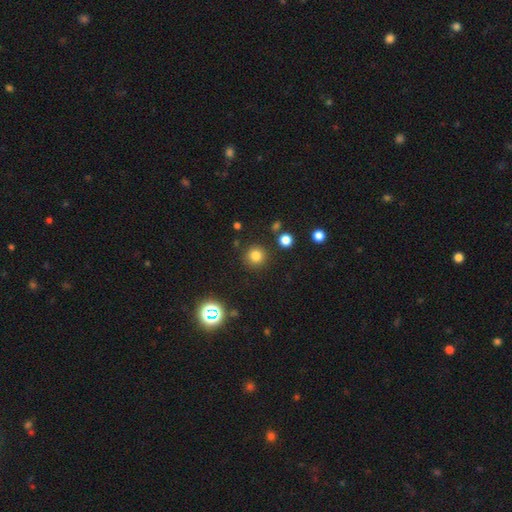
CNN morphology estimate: type=smooth (80%); roundness=round (94%); merging=none (87%).